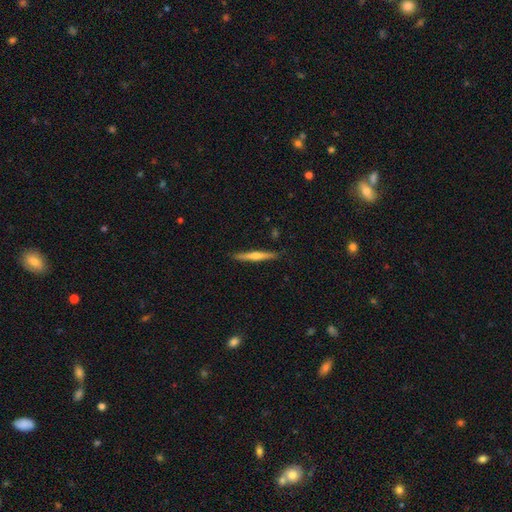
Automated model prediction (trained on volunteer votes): This appears to be a featured or disk galaxy (54%) viewed edge-on (97%) with a rounded central bulge (68%). Merging: none (89%).